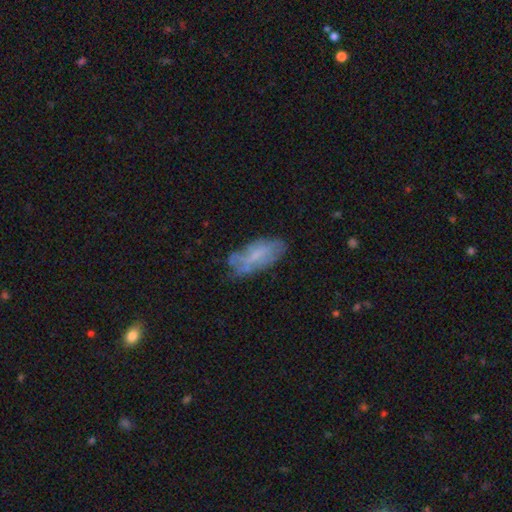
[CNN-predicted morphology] Q: Smooth or featured?
A: smooth (48%); runner-up: featured or disk (43%)
Q: Merging?
A: none (55%); runner-up: minor disturbance (29%)